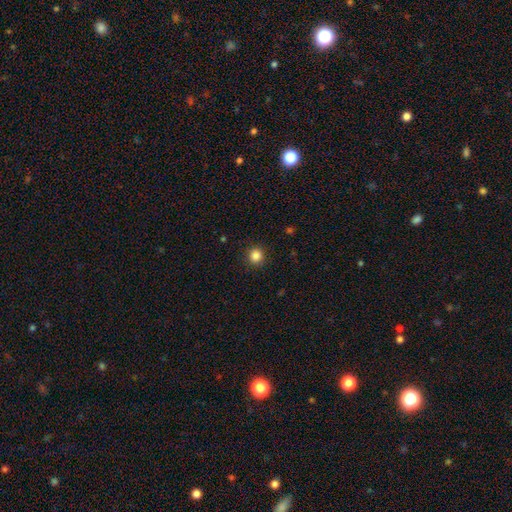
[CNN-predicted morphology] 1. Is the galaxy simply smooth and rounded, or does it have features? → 85% smooth, 11% star or artifact, 3% featured or disk.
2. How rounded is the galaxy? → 92% round, 7% in between, 1% cigar-shaped.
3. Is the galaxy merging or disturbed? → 92% none, 5% minor disturbance, 2% major disturbance, 1% merger.